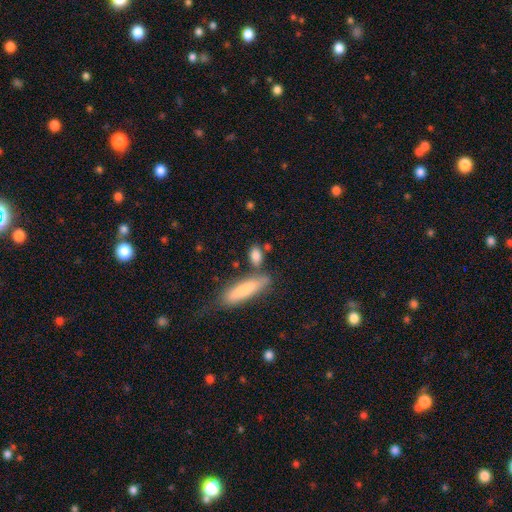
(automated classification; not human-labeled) Smooth or featured? Predicted: smooth (p=0.82). How rounded? Predicted: in between (p=0.65). Merging? Predicted: none (p=0.63).